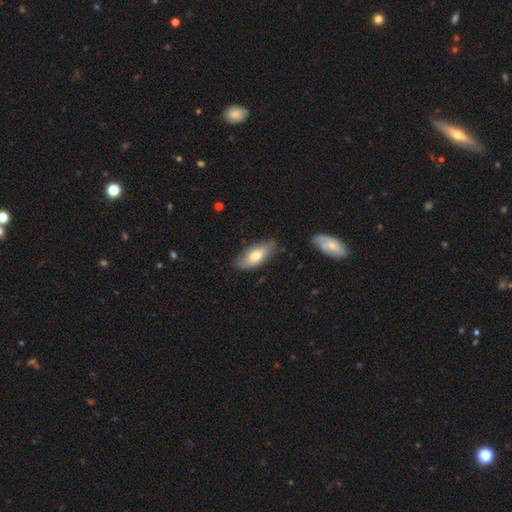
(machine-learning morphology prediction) Smooth or featured? Predicted: smooth (p=0.66). How rounded? Predicted: in between (p=0.84). Merging? Predicted: none (p=0.73).